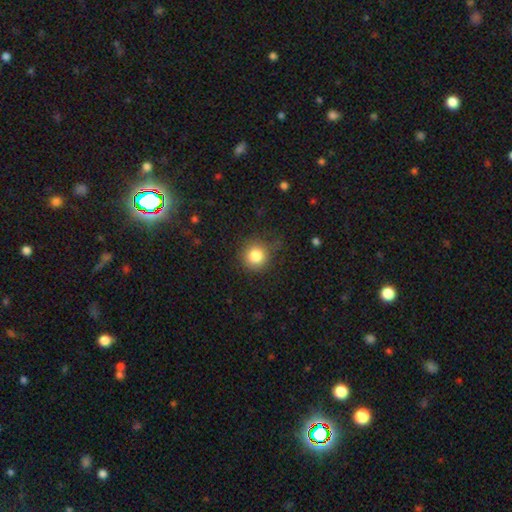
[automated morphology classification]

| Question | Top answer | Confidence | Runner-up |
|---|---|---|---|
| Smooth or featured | smooth | 83% | star or artifact (11%) |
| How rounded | round | 93% | in between (6%) |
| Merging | none | 78% | minor disturbance (15%) |